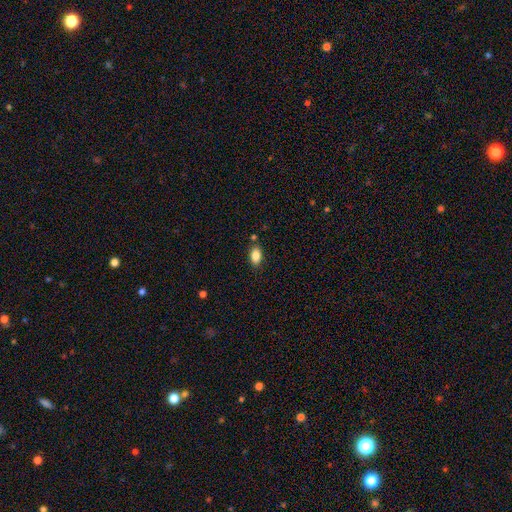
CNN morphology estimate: Smooth or featured? Predicted: smooth (p=0.84). How rounded? Predicted: in between (p=0.89). Merging? Predicted: none (p=0.82).